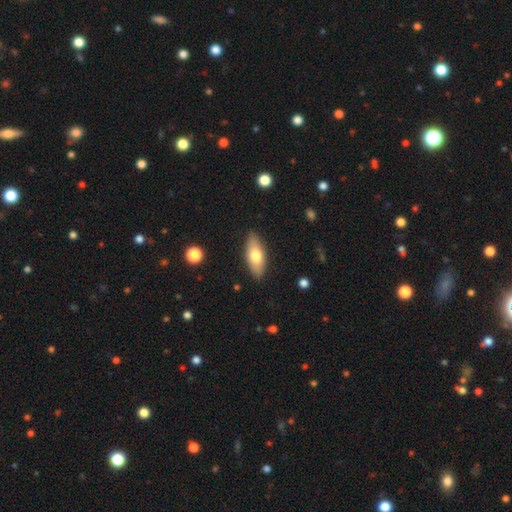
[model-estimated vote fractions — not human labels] smooth_or_featured: smooth (p=0.69) [alt: featured or disk p=0.25]
how_rounded: in between (p=0.79) [alt: cigar-shaped p=0.18]
merging: none (p=0.87) [alt: minor disturbance p=0.10]